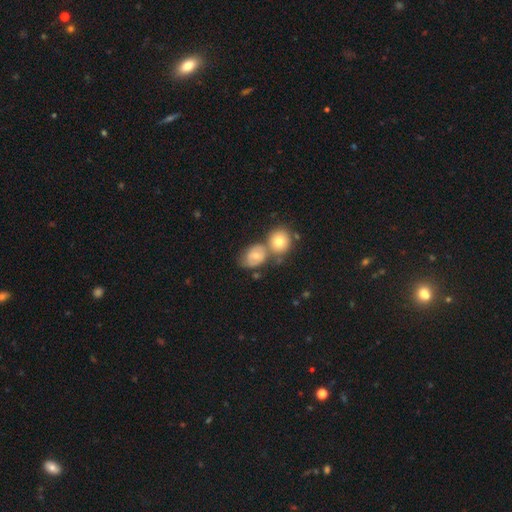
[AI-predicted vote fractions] A smooth galaxy with no disk features (61%) that is in between round and cigar-shaped (55%). Merging: merger (40%).